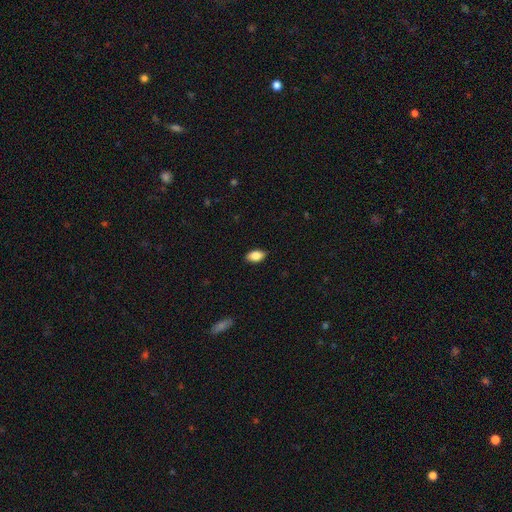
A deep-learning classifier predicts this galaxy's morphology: Smooth or featured?
  - smooth: 85% *
  - featured or disk: 8%
  - star or artifact: 7%
How rounded?
  - in between: 91% *
  - round: 6%
  - cigar-shaped: 3%
Merging?
  - none: 87% *
  - minor disturbance: 10%
  - major disturbance: 2%
  - merger: 1%